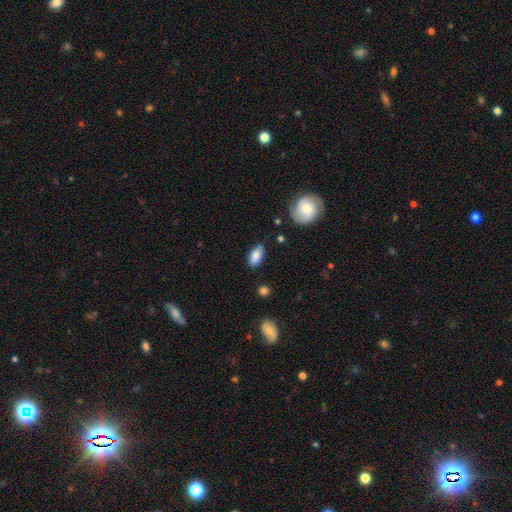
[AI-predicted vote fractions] Smooth or featured: smooth — 81% (featured or disk — 12%)
How rounded: in between — 90% (cigar-shaped — 6%)
Merging: none — 68% (minor disturbance — 24%)